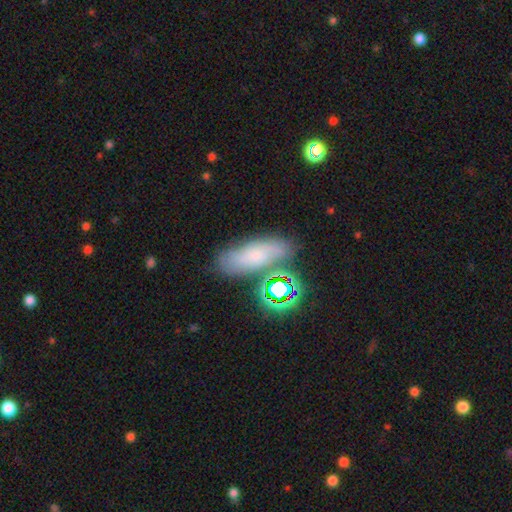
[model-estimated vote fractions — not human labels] smooth-or-featured: smooth: 47% | featured or disk: 33% | star or artifact: 20%
  merging: none: 66% | minor disturbance: 17% | merger: 10% | major disturbance: 6%